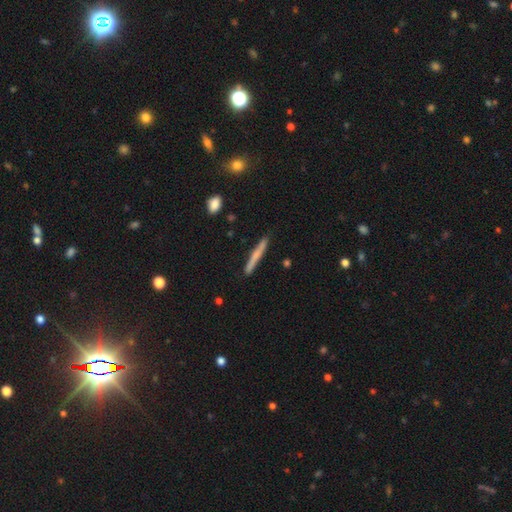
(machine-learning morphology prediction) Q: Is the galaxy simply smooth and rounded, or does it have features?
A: smooth — 60%.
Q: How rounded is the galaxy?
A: cigar-shaped — 96%.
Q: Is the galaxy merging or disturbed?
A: none — 88%.